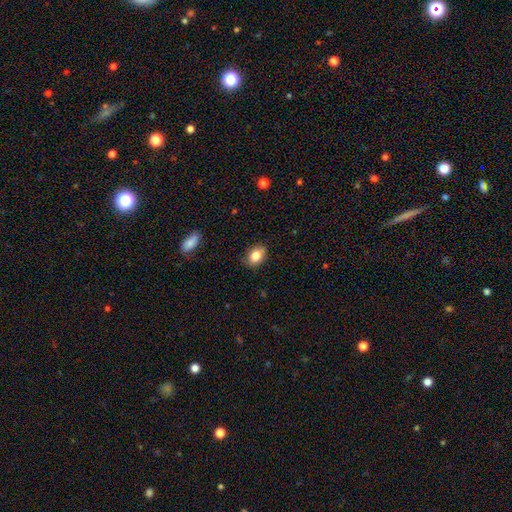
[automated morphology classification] type=smooth (82%); roundness=in between (79%); merging=none (83%).